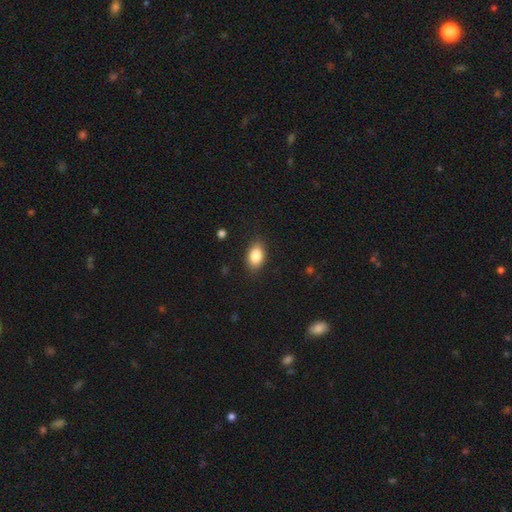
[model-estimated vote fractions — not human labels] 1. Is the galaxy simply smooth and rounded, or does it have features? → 85% smooth, 8% featured or disk, 8% star or artifact.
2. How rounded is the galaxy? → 87% in between, 12% round, 2% cigar-shaped.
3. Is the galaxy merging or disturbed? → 86% none, 10% minor disturbance, 3% major disturbance, 1% merger.